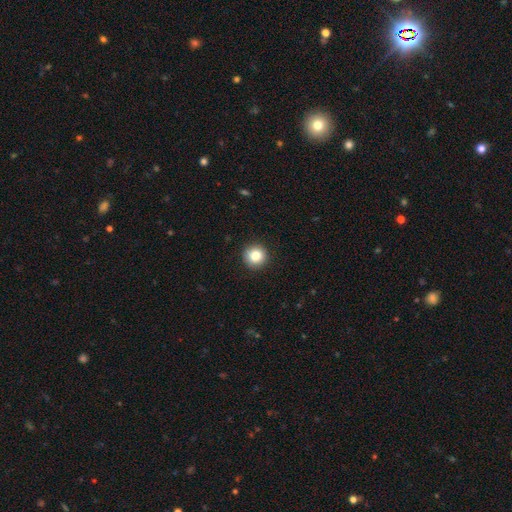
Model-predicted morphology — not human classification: smooth 85%, star or artifact 10%, featured or disk 6%. Down the decision tree: how rounded — round (95%); merging — none (92%).